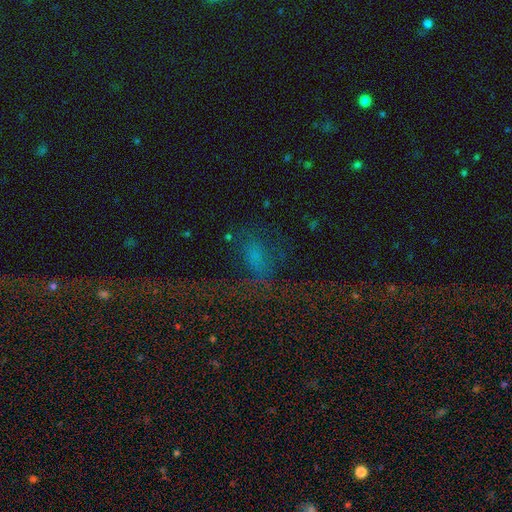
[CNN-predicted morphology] A smooth galaxy with no disk features (36%). Merging: major disturbance (45%).